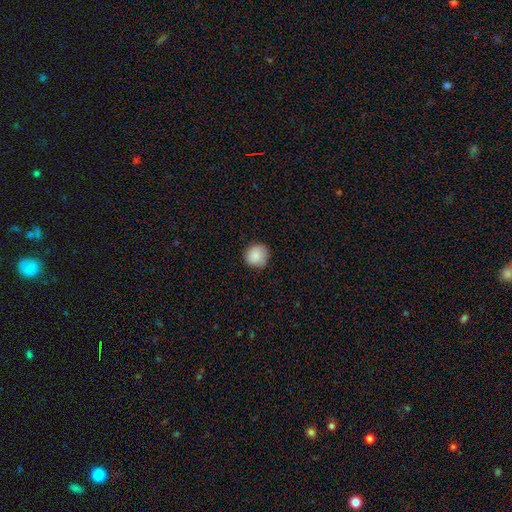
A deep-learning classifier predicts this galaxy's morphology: Q: Smooth or featured?
A: smooth (87%); runner-up: star or artifact (7%)
Q: How rounded?
A: round (89%); runner-up: in between (10%)
Q: Merging?
A: none (79%); runner-up: minor disturbance (17%)